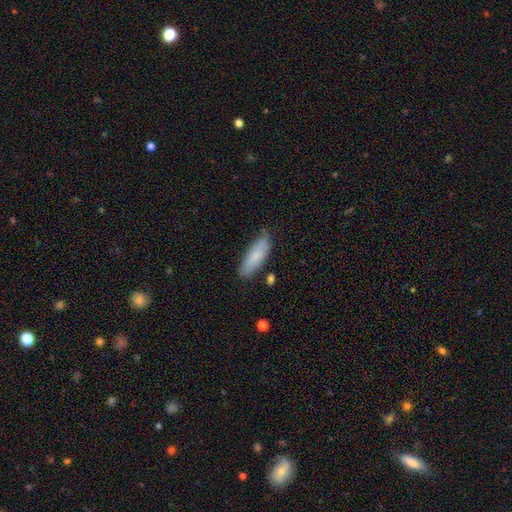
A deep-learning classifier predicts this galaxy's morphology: Overall: smooth (80%). How rounded: in between (61%; cigar-shaped 38%). Merging: none (77%).